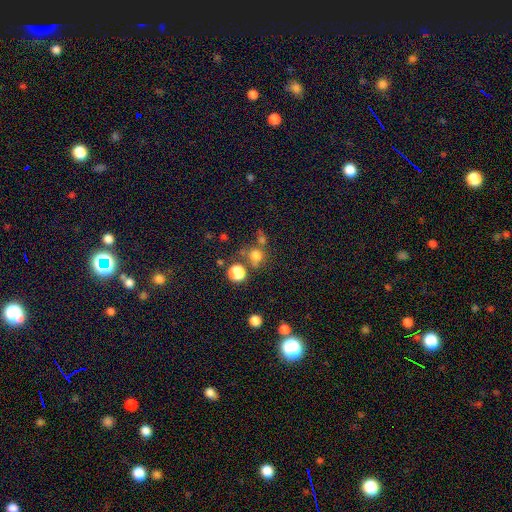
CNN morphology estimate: Smooth or featured? smooth (70%)
How rounded? round (85%)
Merging? none (60%)